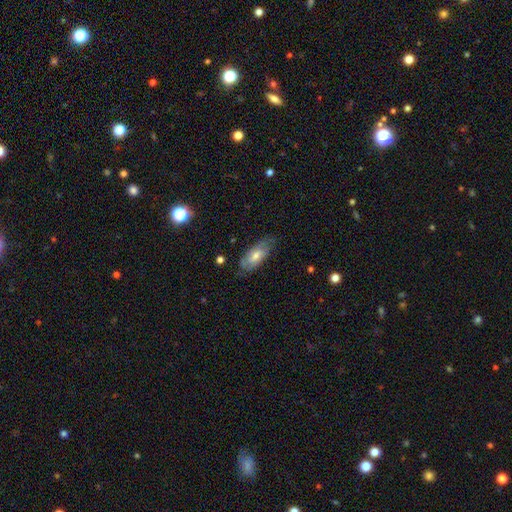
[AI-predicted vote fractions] This is possibly a smooth galaxy (48%). Merging: likely none (72%).